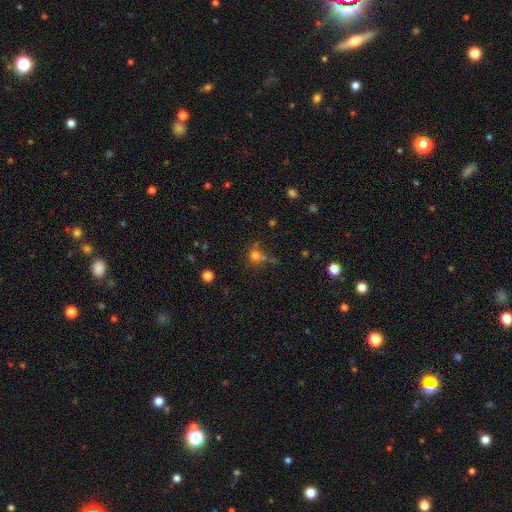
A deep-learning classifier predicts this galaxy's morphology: Smooth or featured? smooth (70%)
How rounded? round (87%)
Merging? none (59%)